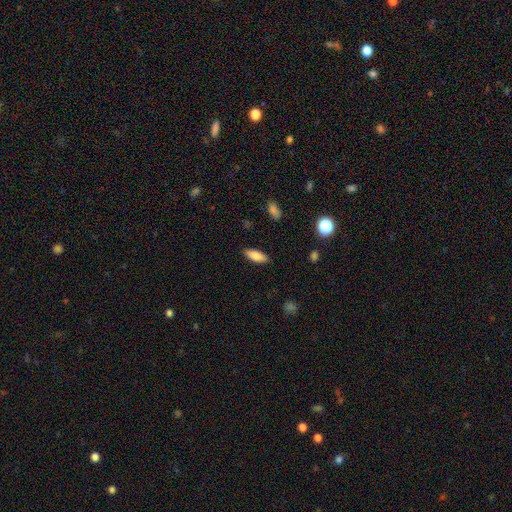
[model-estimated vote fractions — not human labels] The model was most divided on "how rounded": in between: 68%, cigar-shaped: 30%, round: 2%. More confident: merging — none (88%); smooth or featured — smooth (85%).